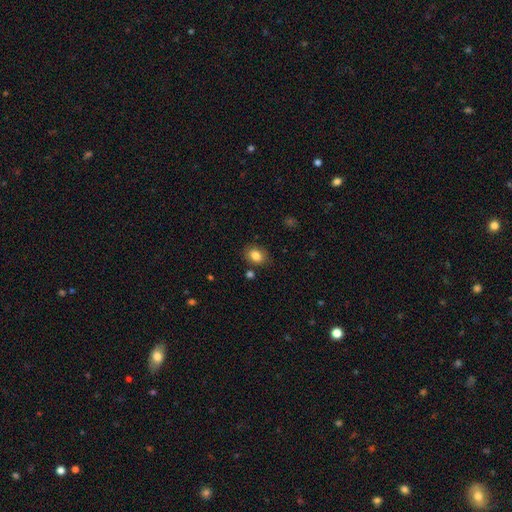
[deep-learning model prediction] Overall: smooth (83%). How rounded: in between (61%; round 39%). Merging: none (81%).